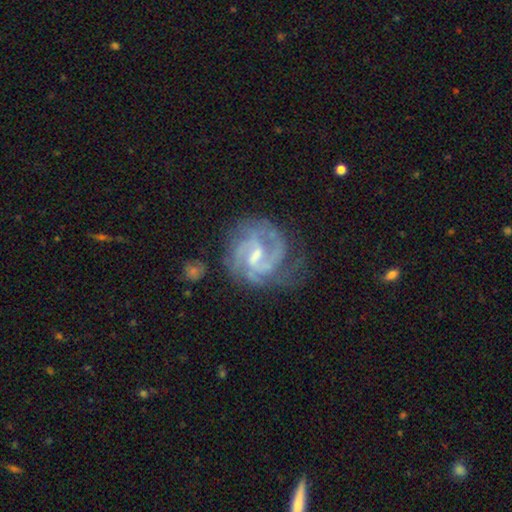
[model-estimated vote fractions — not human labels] Morphology: type=featured or disk (89%); edge-on=no (98%); bar=weak (59%); spiral arms=yes (97%); winding=medium (48%); arm count=2 (42%); bulge=small (44%); merging=none (62%).